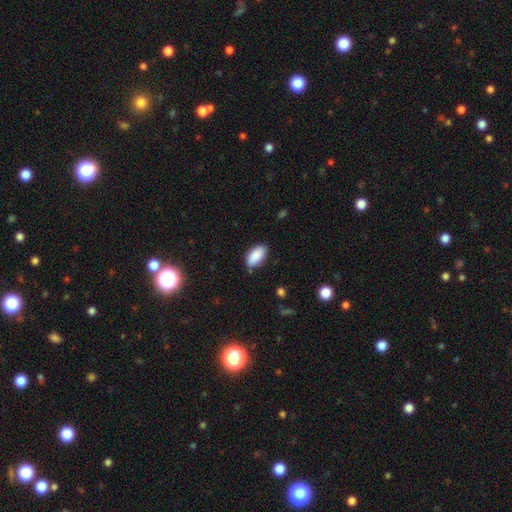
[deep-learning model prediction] smooth-or-featured: smooth: 89% | star or artifact: 7% | featured or disk: 4%
  how-rounded: in between: 94% | cigar-shaped: 3% | round: 3%
  merging: none: 78% | minor disturbance: 18% | major disturbance: 3% | merger: 2%